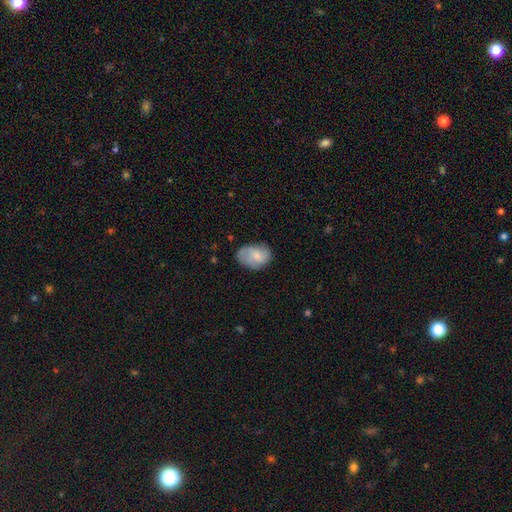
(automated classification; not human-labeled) smooth_or_featured: smooth (p=0.69) [alt: featured or disk p=0.24]
how_rounded: in between (p=0.80) [alt: round p=0.19]
merging: none (p=0.62) [alt: minor disturbance p=0.28]